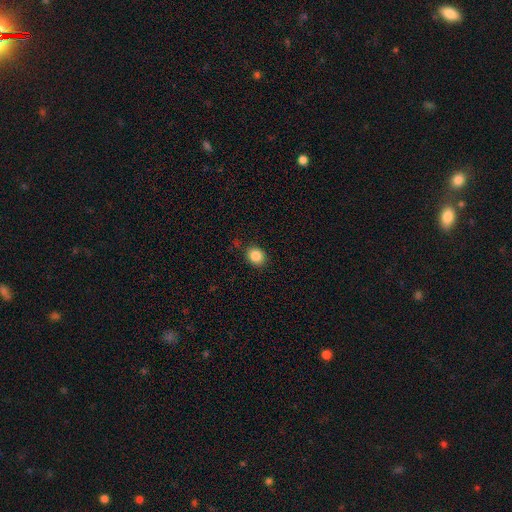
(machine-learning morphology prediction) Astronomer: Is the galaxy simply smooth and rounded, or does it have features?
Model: smooth — 86%.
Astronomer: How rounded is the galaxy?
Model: round — 67%.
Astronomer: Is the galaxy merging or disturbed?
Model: none — 85%.